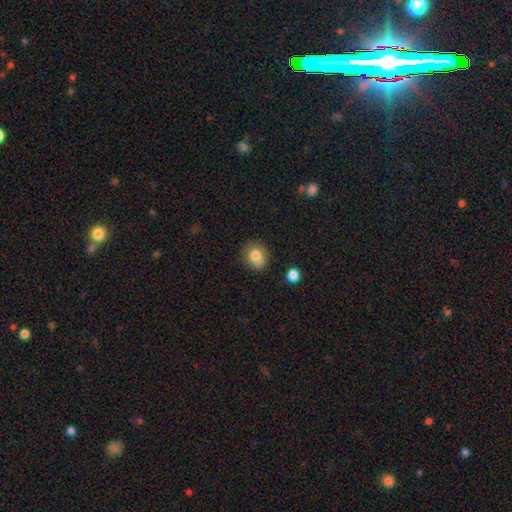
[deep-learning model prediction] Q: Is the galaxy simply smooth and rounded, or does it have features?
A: smooth — 79%.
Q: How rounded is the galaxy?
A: round — 76%.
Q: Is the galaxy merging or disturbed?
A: none — 74%.